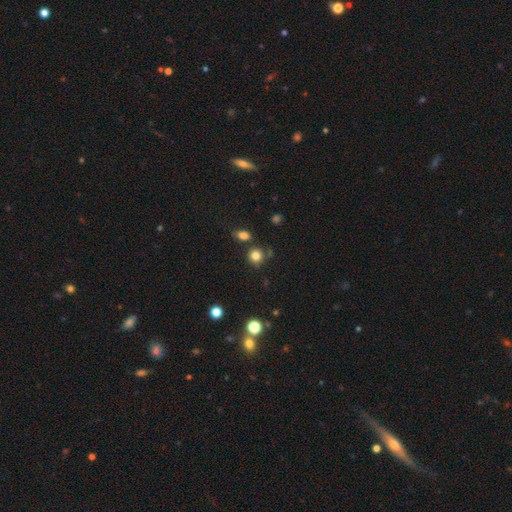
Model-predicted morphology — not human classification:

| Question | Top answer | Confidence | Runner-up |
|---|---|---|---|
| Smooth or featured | smooth | 81% | star or artifact (13%) |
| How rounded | round | 87% | in between (12%) |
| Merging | none | 76% | minor disturbance (12%) |